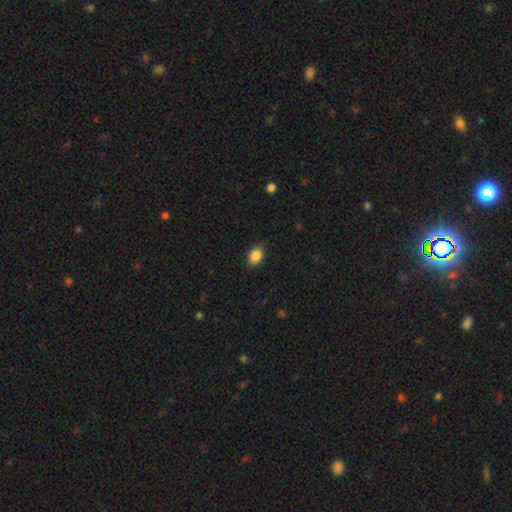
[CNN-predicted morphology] Q: Smooth or featured?
A: smooth (87%); runner-up: star or artifact (8%)
Q: How rounded?
A: in between (78%); runner-up: round (20%)
Q: Merging?
A: none (87%); runner-up: minor disturbance (10%)